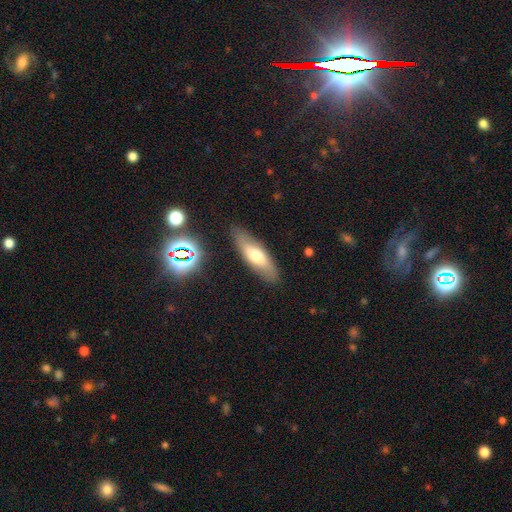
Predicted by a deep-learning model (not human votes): smooth_or_featured: smooth (p=0.60) [alt: featured or disk p=0.32]
how_rounded: in between (p=0.57) [alt: cigar-shaped p=0.41]
merging: none (p=0.85) [alt: minor disturbance p=0.11]